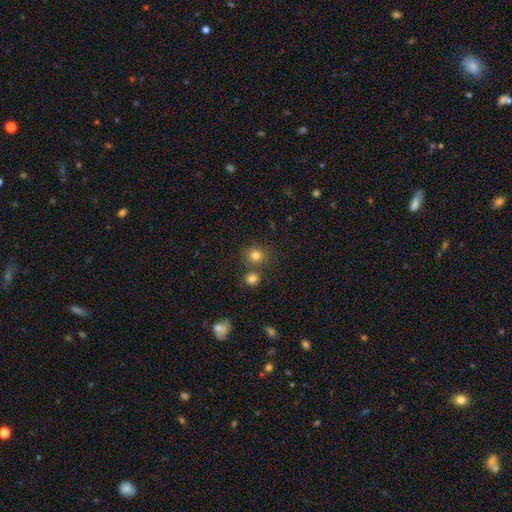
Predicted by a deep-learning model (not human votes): A smooth galaxy with no disk features (79%) that is round (86%). Merging: none (71%).